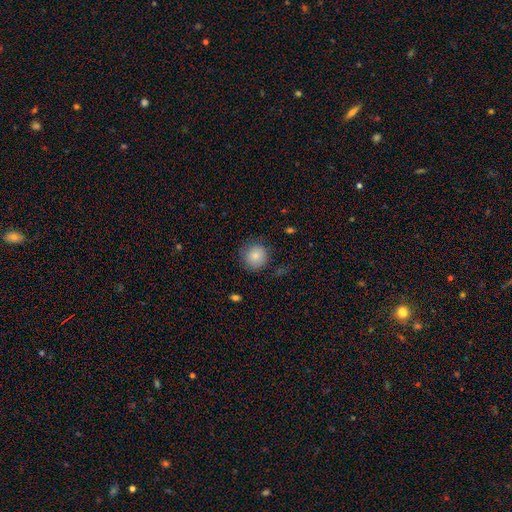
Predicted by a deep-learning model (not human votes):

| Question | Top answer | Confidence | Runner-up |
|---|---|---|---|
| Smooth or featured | smooth | 83% | star or artifact (9%) |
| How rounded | round | 91% | in between (8%) |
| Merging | none | 79% | minor disturbance (15%) |